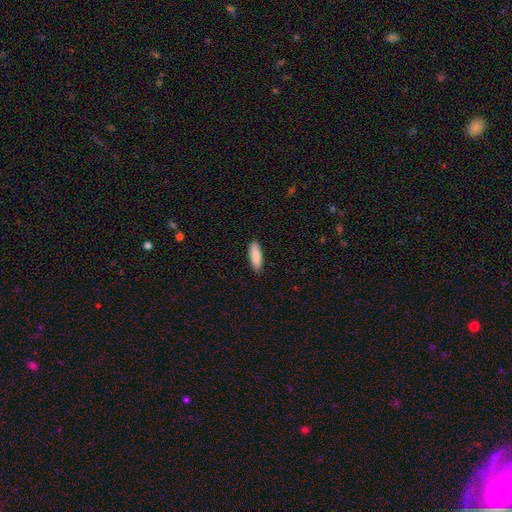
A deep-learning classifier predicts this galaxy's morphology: Smooth or featured: smooth — 89% (featured or disk — 6%)
How rounded: in between — 58% (cigar-shaped — 40%)
Merging: none — 88% (minor disturbance — 9%)